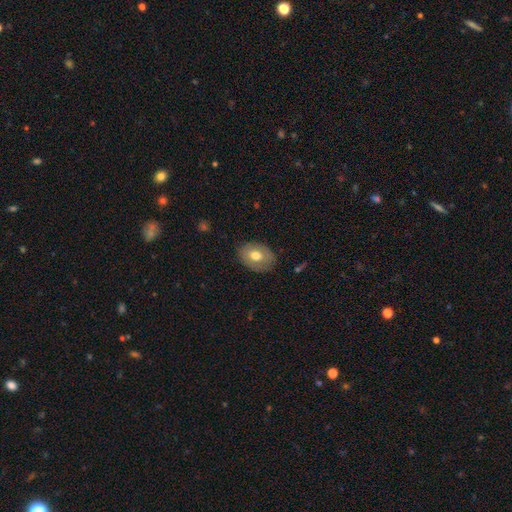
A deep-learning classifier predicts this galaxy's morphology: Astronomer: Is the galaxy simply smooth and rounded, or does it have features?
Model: smooth — 65%.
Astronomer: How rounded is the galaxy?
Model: in between — 75%.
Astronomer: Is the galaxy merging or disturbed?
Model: none — 83%.